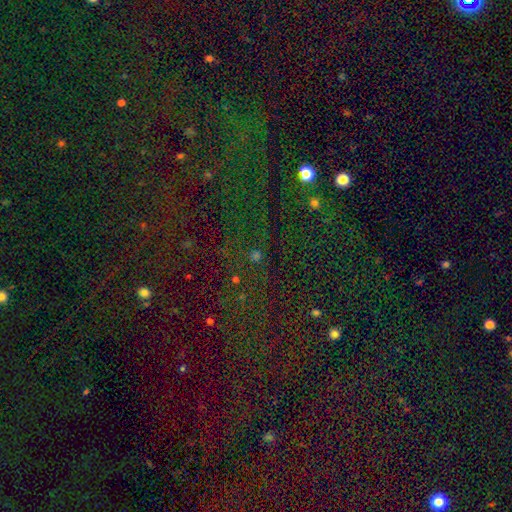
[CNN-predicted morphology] This is likely a star or artifact rather than a galaxy (63%).